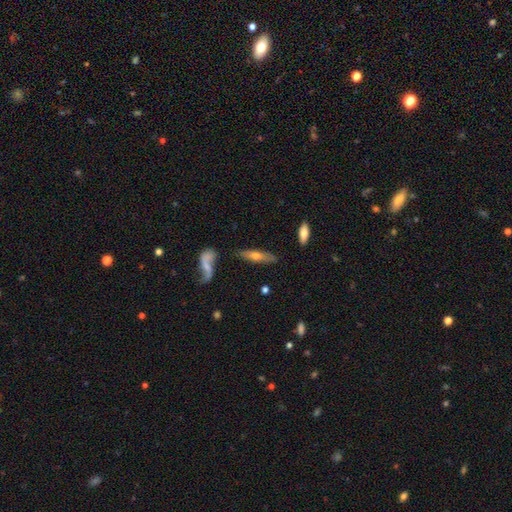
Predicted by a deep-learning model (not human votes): Smooth or featured: featured or disk — 50% (smooth — 43%)
Merging: none — 74% (minor disturbance — 16%)